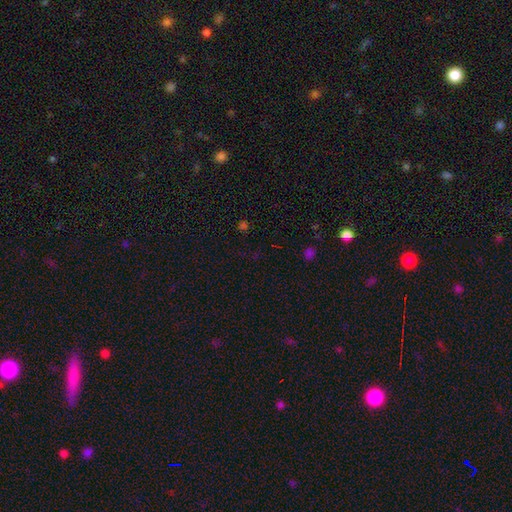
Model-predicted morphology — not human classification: This is likely a star or artifact rather than a galaxy (61%).